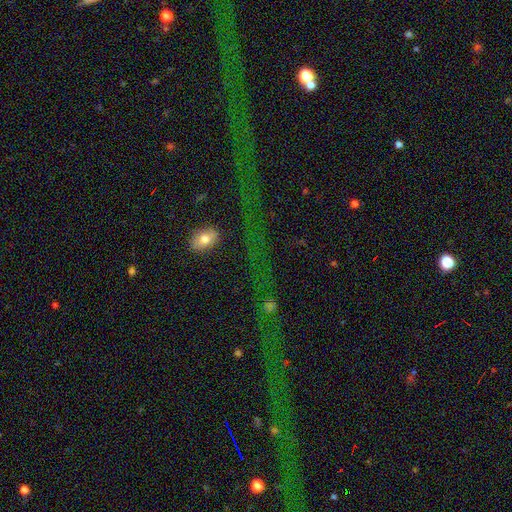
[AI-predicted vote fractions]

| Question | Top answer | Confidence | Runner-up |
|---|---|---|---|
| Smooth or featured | smooth | 50% | star or artifact (33%) |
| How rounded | in between | 59% | round (31%) |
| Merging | none | 68% | major disturbance (13%) |